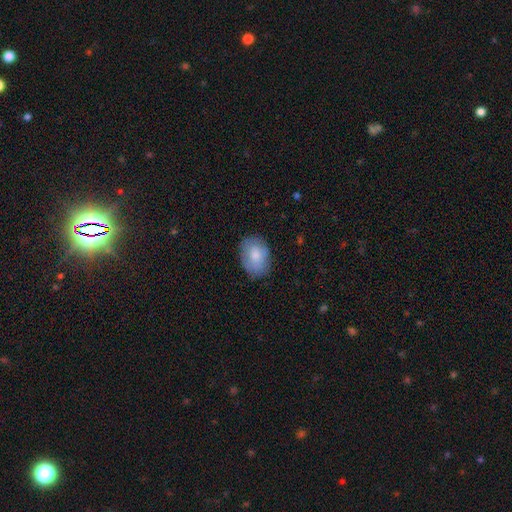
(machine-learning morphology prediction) Smooth or featured?
  - smooth: 78% *
  - featured or disk: 16%
  - star or artifact: 6%
How rounded?
  - in between: 79% *
  - round: 20%
  - cigar-shaped: 1%
Merging?
  - none: 76% *
  - minor disturbance: 18%
  - major disturbance: 4%
  - merger: 1%